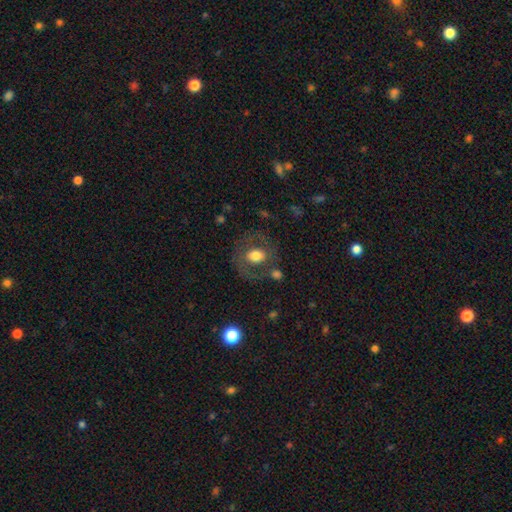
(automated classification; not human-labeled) Smooth or featured?
  - smooth: 54% *
  - featured or disk: 37%
  - star or artifact: 9%
How rounded?
  - round: 69% *
  - in between: 30%
  - cigar-shaped: 1%
Merging?
  - none: 68% *
  - minor disturbance: 15%
  - major disturbance: 11%
  - merger: 5%